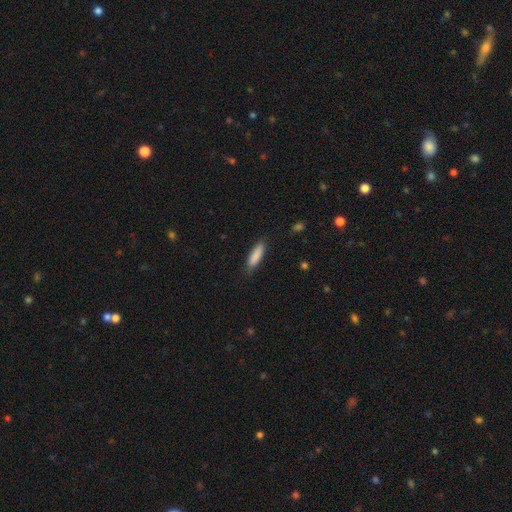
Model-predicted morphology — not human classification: smooth_or_featured: smooth (p=0.87) [alt: featured or disk p=0.07]
how_rounded: cigar-shaped (p=0.61) [alt: in between p=0.37]
merging: none (p=0.82) [alt: minor disturbance p=0.14]